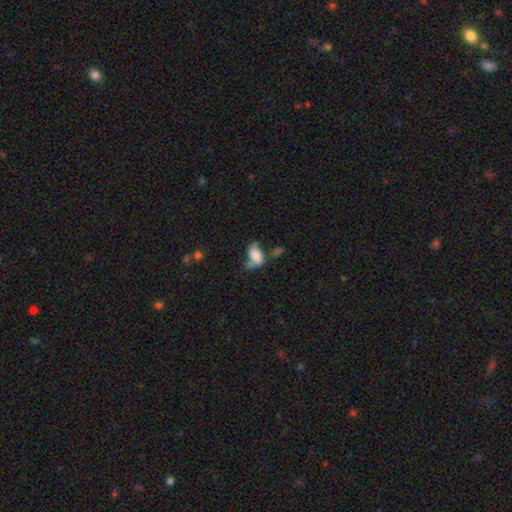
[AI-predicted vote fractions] This is likely a smooth galaxy (71%). How rounded: clearly in between (90%). Merging: marginally none (30%).